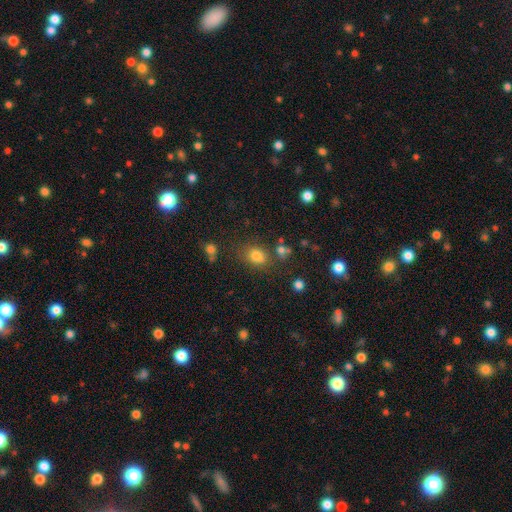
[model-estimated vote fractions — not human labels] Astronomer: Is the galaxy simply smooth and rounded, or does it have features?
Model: smooth — 78%.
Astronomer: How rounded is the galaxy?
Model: in between — 62%.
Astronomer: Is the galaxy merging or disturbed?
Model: none — 69%.